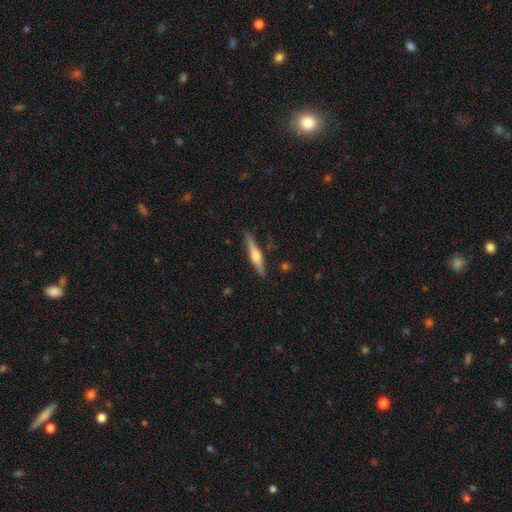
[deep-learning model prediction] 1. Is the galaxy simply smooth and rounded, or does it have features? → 65% featured or disk, 30% smooth, 6% star or artifact.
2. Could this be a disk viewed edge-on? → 97% yes, 3% no.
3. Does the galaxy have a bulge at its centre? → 87% rounded, 8% boxy, 4% none.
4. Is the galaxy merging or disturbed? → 87% none, 10% minor disturbance, 2% major disturbance, 2% merger.